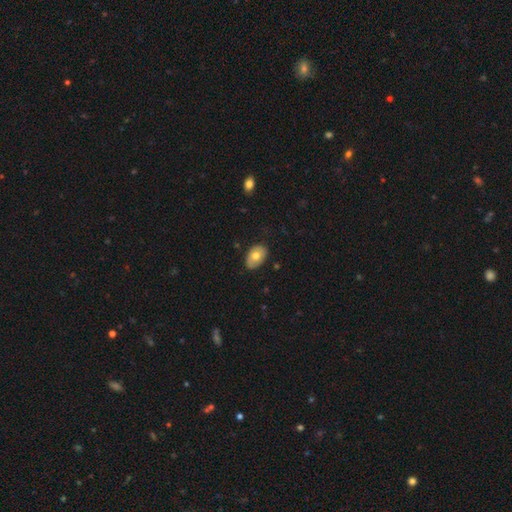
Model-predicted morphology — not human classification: Smooth or featured? smooth (70%)
How rounded? in between (87%)
Merging? none (79%)